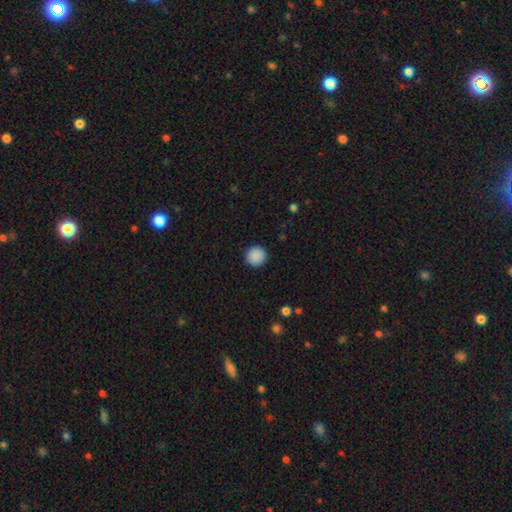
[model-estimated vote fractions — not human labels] Smooth or featured? smooth (89%)
How rounded? round (95%)
Merging? none (93%)